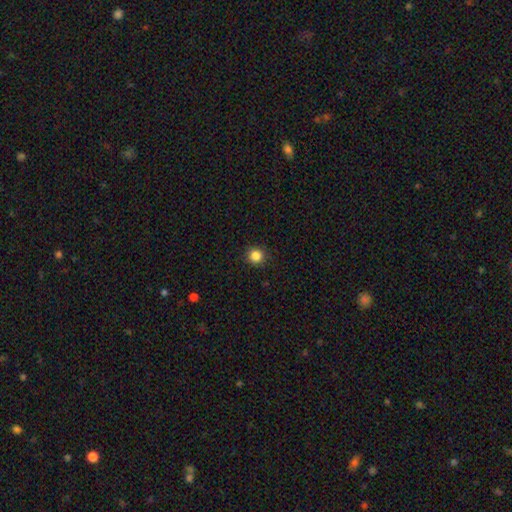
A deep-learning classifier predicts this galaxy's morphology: Smooth or featured: smooth — 85% (star or artifact — 11%)
How rounded: round — 94% (in between — 5%)
Merging: none — 91% (minor disturbance — 6%)